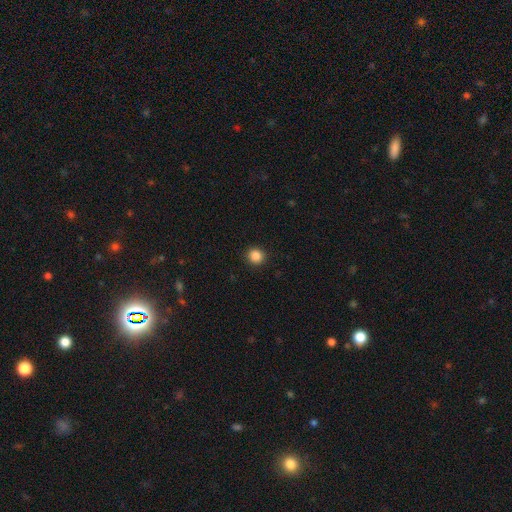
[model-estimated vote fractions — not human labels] Overall: smooth (86%). How rounded: round (92%). Merging: none (92%).